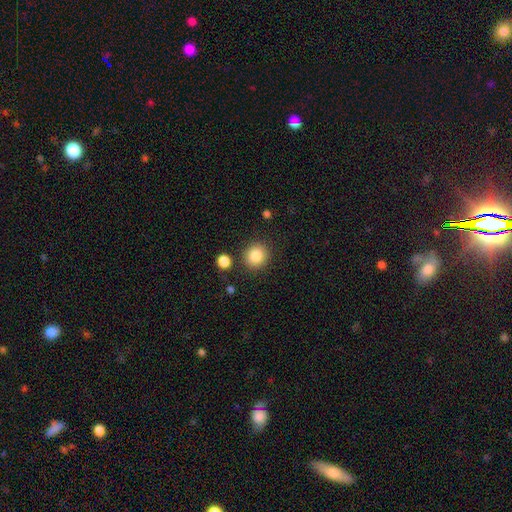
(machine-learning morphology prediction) smooth 87%, star or artifact 9%, featured or disk 4%. Down the decision tree: how rounded — round (88%); merging — none (86%).